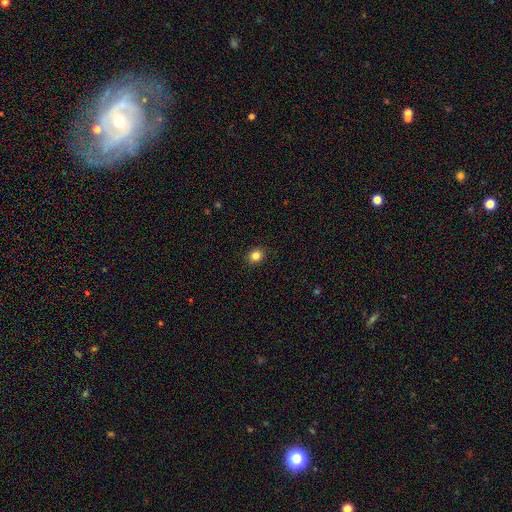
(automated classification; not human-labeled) Smooth or featured? smooth (84%)
How rounded? round (72%)
Merging? none (91%)